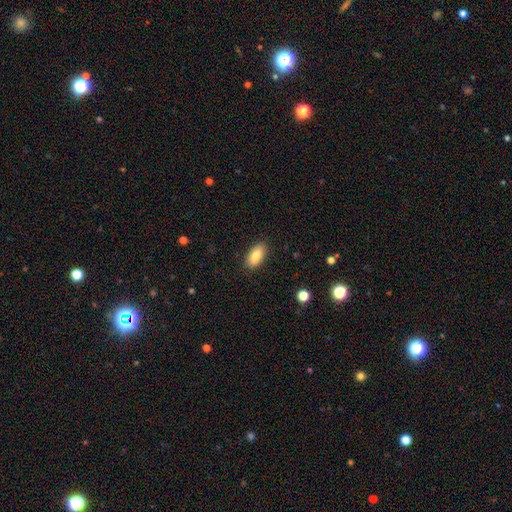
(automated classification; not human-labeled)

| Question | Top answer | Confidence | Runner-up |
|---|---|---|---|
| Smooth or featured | smooth | 85% | featured or disk (8%) |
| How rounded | in between | 89% | cigar-shaped (9%) |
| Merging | none | 86% | minor disturbance (10%) |